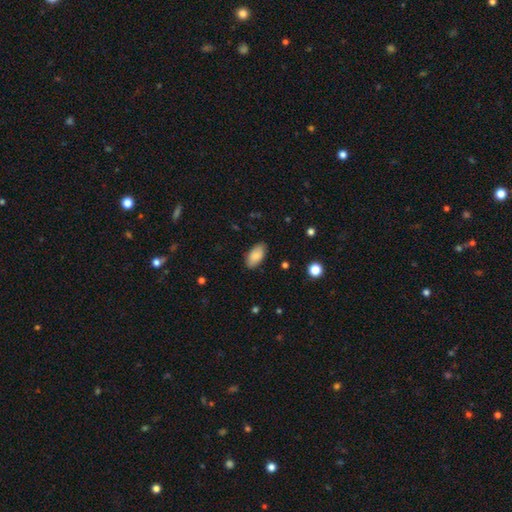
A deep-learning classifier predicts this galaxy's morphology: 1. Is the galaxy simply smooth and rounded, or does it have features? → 86% smooth, 7% featured or disk, 7% star or artifact.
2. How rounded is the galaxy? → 94% in between, 4% cigar-shaped, 3% round.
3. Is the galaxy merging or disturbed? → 86% none, 11% minor disturbance, 2% major disturbance, 1% merger.